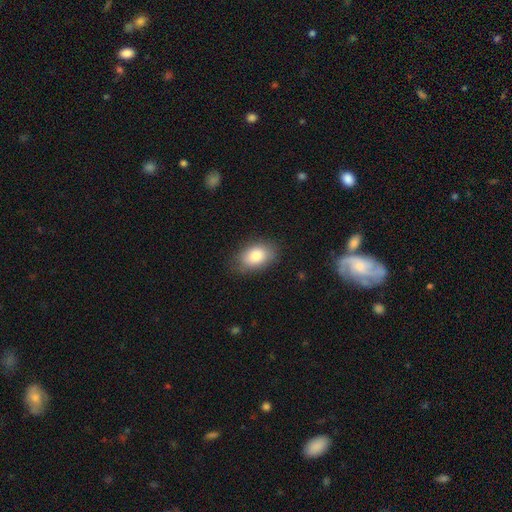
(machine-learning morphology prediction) smooth-or-featured: smooth: 83% | featured or disk: 10% | star or artifact: 7%
  how-rounded: in between: 88% | round: 11% | cigar-shaped: 1%
  merging: none: 80% | minor disturbance: 15% | major disturbance: 4% | merger: 1%